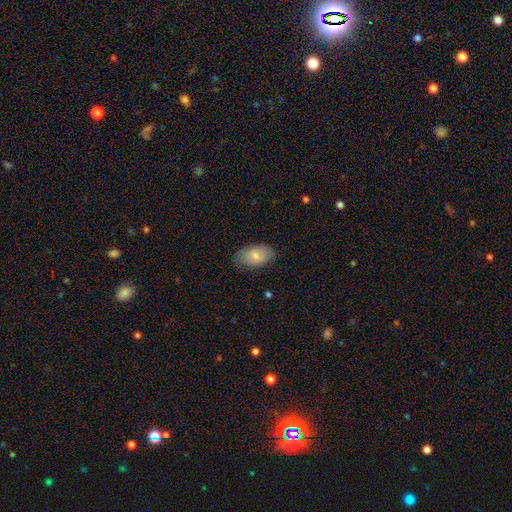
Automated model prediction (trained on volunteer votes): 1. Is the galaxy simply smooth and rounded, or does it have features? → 80% smooth, 14% featured or disk, 6% star or artifact.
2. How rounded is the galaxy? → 94% in between, 5% round, 2% cigar-shaped.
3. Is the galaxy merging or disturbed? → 81% none, 15% minor disturbance, 3% major disturbance, 1% merger.